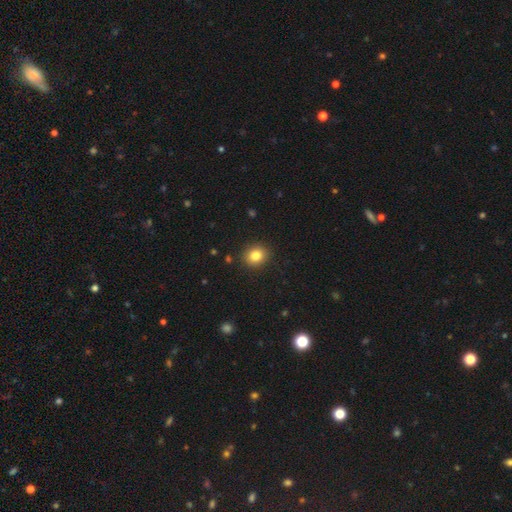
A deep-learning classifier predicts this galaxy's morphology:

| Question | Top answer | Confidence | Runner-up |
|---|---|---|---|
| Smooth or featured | smooth | 82% | star or artifact (11%) |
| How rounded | round | 76% | in between (23%) |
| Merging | none | 91% | minor disturbance (6%) |